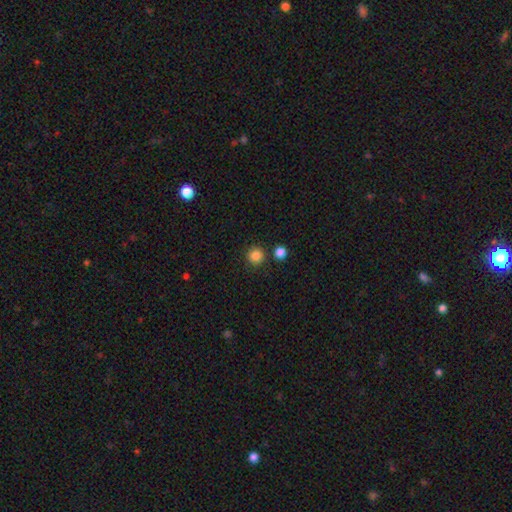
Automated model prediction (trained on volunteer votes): Morphology: type=smooth (85%); roundness=round (95%); merging=none (84%).